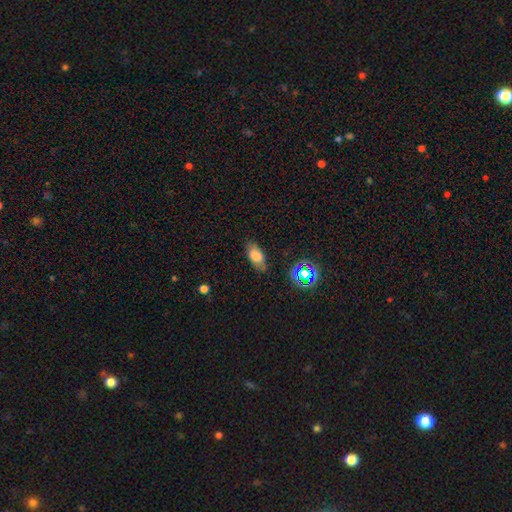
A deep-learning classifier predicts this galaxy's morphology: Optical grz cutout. It shows a smooth galaxy with no disk features (76%) that is in between round and cigar-shaped (87%). Merging: none (79%).